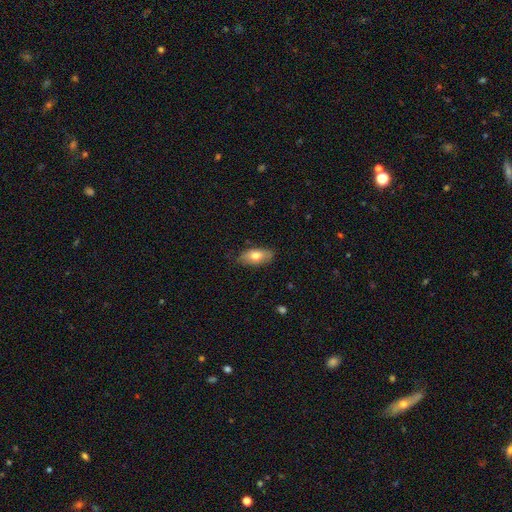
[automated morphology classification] Smooth or featured? smooth (72%)
How rounded? in between (87%)
Merging? none (81%)